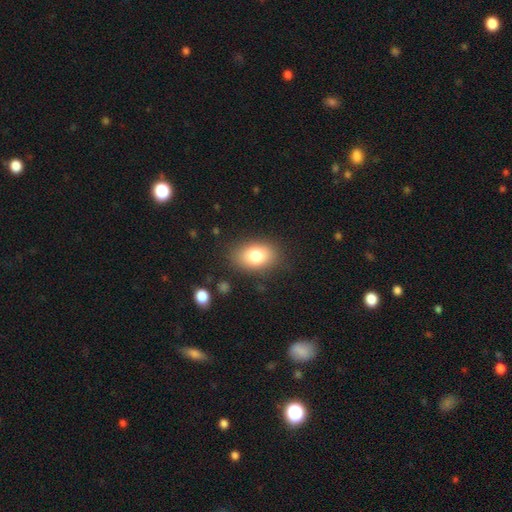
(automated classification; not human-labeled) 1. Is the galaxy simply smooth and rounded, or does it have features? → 79% smooth, 12% featured or disk, 9% star or artifact.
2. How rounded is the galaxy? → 83% in between, 16% round, 1% cigar-shaped.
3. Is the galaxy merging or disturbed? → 83% none, 11% minor disturbance, 4% major disturbance, 1% merger.